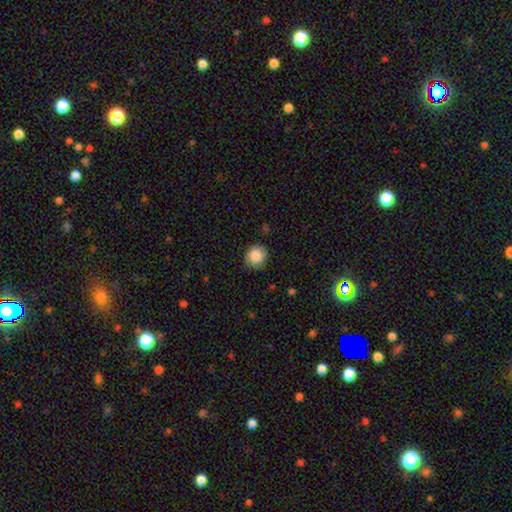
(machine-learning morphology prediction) Overall: smooth (87%). How rounded: round (83%). Merging: none (85%).